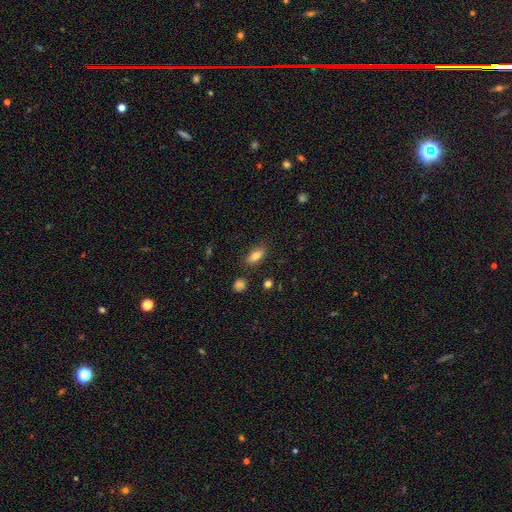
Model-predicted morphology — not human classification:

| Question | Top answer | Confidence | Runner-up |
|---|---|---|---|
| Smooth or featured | smooth | 78% | featured or disk (13%) |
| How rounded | in between | 82% | cigar-shaped (13%) |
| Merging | none | 82% | minor disturbance (12%) |